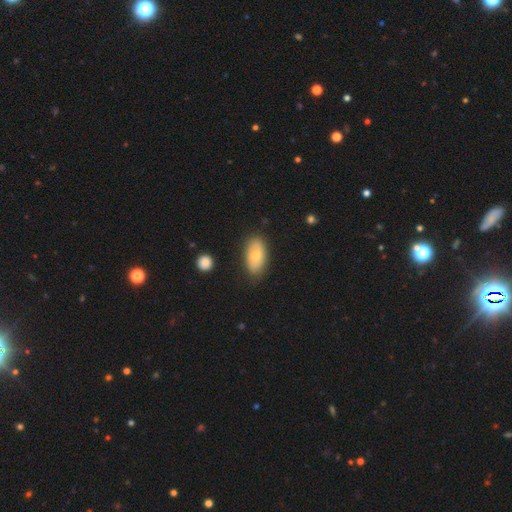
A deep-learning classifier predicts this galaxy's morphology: Overall: smooth (67%). How rounded: in between (93%). Merging: none (76%).